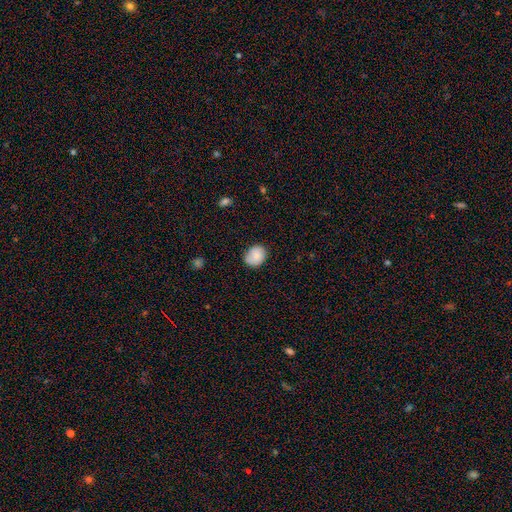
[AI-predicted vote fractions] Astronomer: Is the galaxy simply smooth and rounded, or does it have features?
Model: smooth — 83%.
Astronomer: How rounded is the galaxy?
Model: round — 53% (runner-up: in between, 46%).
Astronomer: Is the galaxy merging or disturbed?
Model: none — 76%.